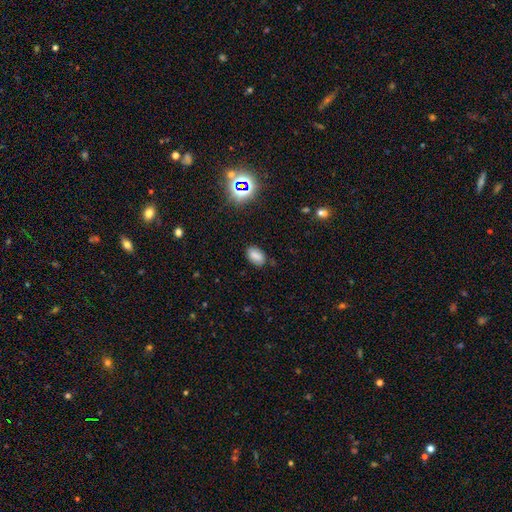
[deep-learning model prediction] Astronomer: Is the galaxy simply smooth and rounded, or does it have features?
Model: smooth — 78%.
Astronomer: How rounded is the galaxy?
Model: in between — 90%.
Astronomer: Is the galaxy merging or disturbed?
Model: none — 81%.